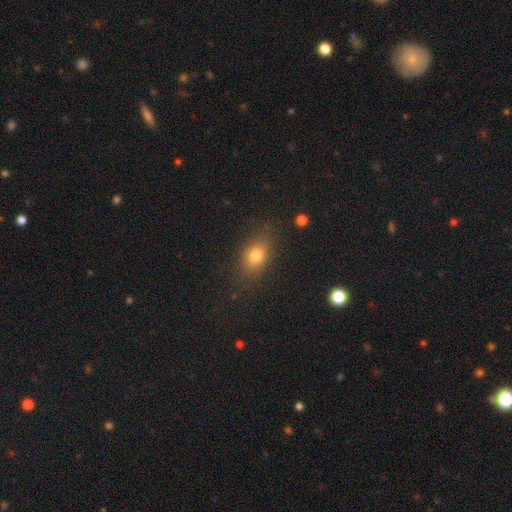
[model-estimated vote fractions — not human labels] This appears to be a smooth galaxy with no disk features (76%) that is in between round and cigar-shaped (74%). Merging: none (80%).